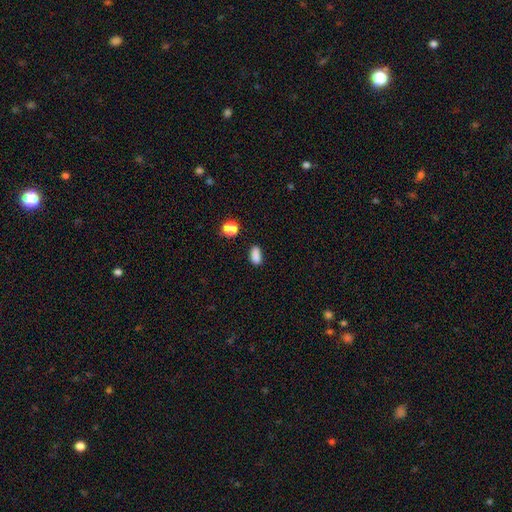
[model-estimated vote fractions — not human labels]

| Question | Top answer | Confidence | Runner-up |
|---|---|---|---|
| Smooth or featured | smooth | 85% | star or artifact (11%) |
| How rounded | in between | 82% | cigar-shaped (9%) |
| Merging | none | 76% | minor disturbance (16%) |